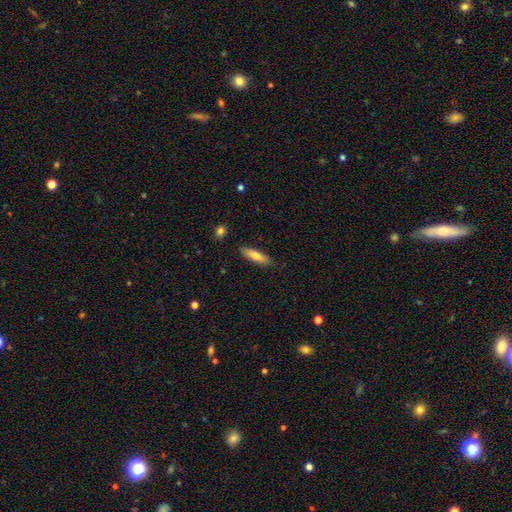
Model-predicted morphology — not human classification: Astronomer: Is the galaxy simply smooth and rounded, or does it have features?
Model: smooth — 68%.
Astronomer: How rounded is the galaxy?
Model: cigar-shaped — 66%.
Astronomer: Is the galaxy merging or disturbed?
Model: none — 88%.